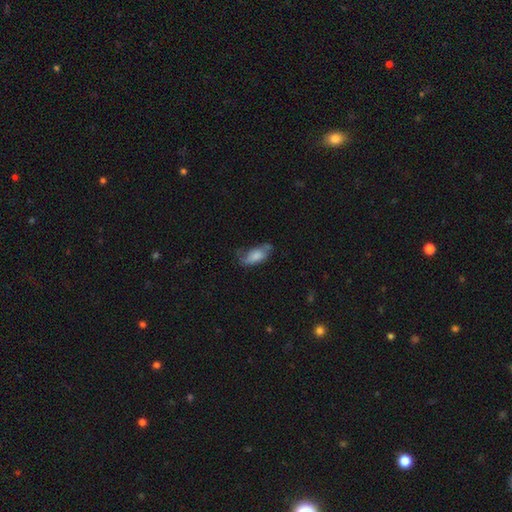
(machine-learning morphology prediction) smooth_or_featured: smooth (p=0.67) [alt: featured or disk p=0.25]
how_rounded: in between (p=0.86) [alt: cigar-shaped p=0.11]
merging: none (p=0.45) [alt: minor disturbance p=0.33]